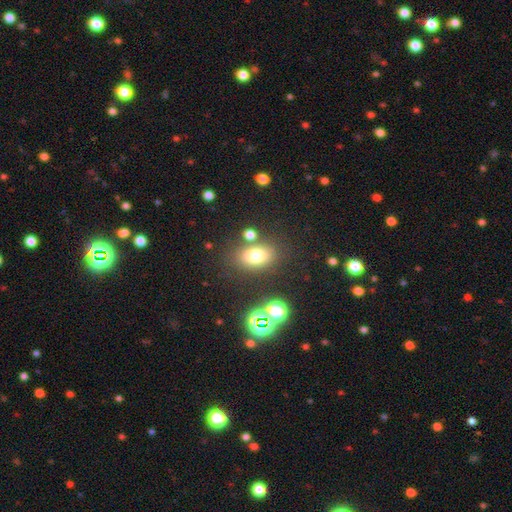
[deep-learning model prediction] Overall: smooth (73%). How rounded: in between (75%). Merging: none (74%).